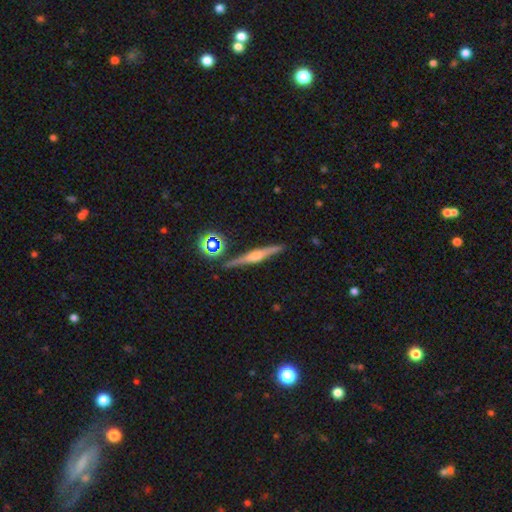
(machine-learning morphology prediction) A featured or disk galaxy (74%) viewed edge-on (98%) with a rounded central bulge (86%).

Vote fractions:
- Smooth or featured? featured or disk: 74% / smooth: 17% / star or artifact: 9%
- Edge-on disk? yes: 98% / no: 2%
- Edge-on bulge? rounded: 86% / boxy: 9% / none: 5%
- Merging? none: 89% / minor disturbance: 7% / merger: 2% / major disturbance: 2%